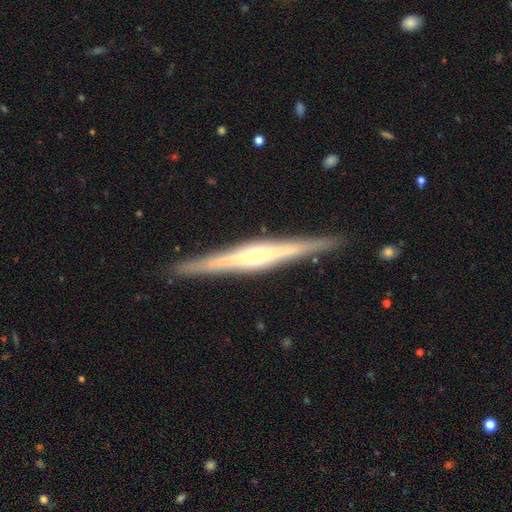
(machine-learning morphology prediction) Smooth or featured? featured or disk (80%)
Edge-on disk? yes (98%)
Edge-on bulge? rounded (74%)
Merging? none (91%)